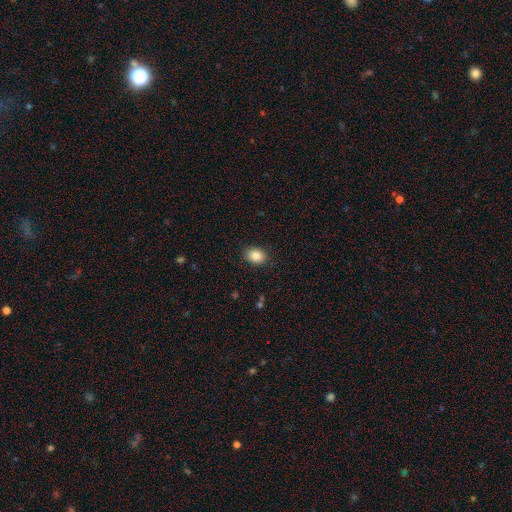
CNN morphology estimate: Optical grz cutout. It shows a smooth galaxy with no disk features (87%) that is in between round and cigar-shaped (64%). Merging: none (88%).